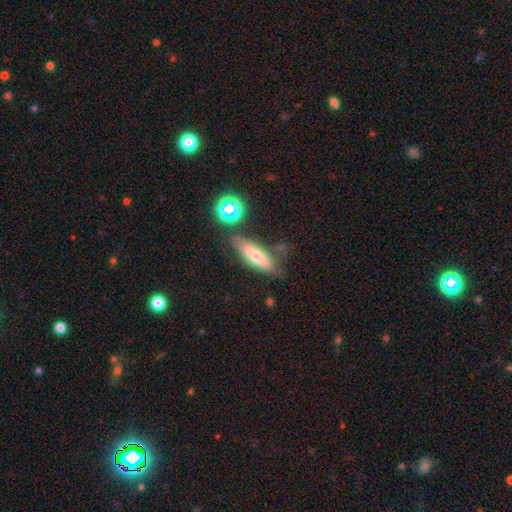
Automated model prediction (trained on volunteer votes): Smooth or featured? Predicted: smooth (p=0.58). How rounded? Predicted: cigar-shaped (p=0.52). Merging? Predicted: none (p=0.69).